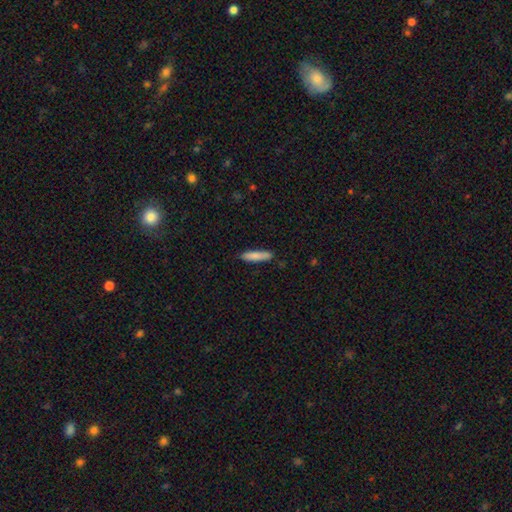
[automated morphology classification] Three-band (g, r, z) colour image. It shows a smooth galaxy with no disk features (83%) that is cigar-shaped (85%). Merging: none (85%).